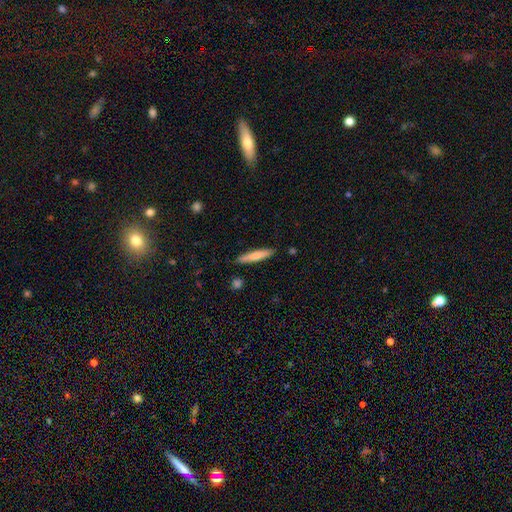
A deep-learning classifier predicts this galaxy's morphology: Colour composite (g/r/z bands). It shows a smooth galaxy with no disk features (69%) that is cigar-shaped (90%). Merging: none (88%).